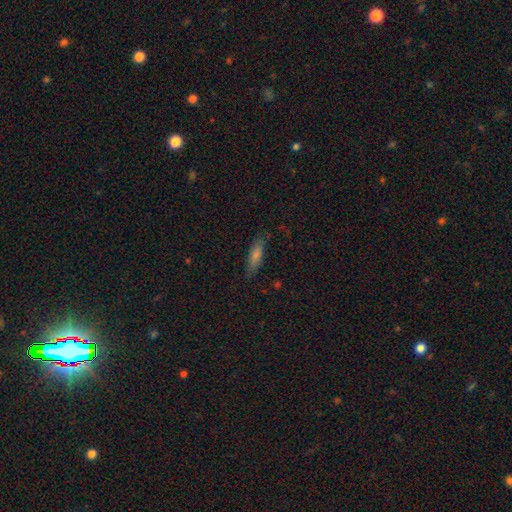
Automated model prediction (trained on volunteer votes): smooth_or_featured: smooth (p=0.69) [alt: featured or disk p=0.22]
how_rounded: cigar-shaped (p=0.66) [alt: in between p=0.32]
merging: none (p=0.79) [alt: minor disturbance p=0.16]